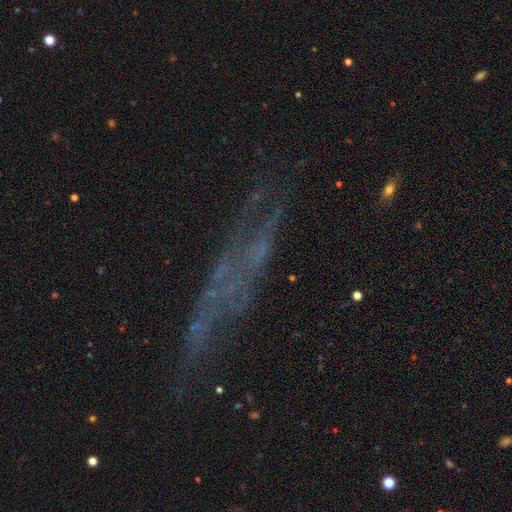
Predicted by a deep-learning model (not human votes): smooth-or-featured: featured or disk: 49% | star or artifact: 28% | smooth: 23%
  merging: none: 57% | major disturbance: 20% | minor disturbance: 19% | merger: 5%